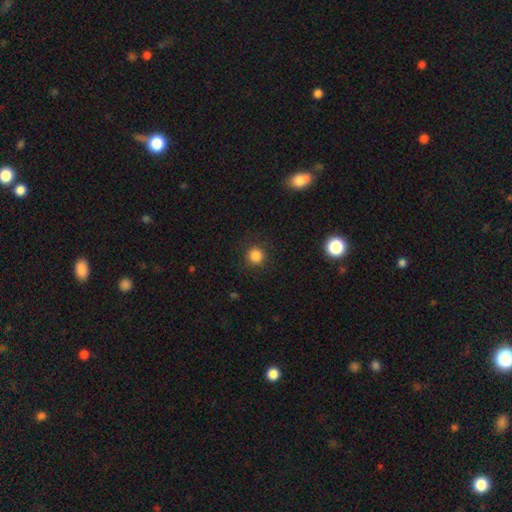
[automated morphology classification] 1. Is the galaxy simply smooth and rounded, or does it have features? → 85% smooth, 12% star or artifact, 3% featured or disk.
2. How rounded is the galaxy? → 94% round, 5% in between, 1% cigar-shaped.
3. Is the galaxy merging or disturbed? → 90% none, 6% minor disturbance, 3% major disturbance, 1% merger.